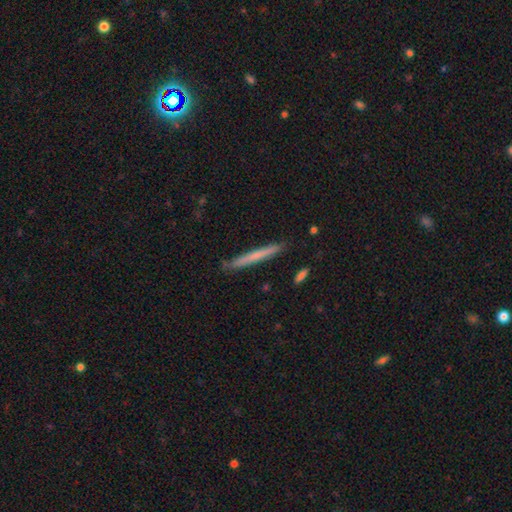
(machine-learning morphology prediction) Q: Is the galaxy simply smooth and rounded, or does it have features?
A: smooth — 61%.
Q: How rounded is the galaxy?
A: cigar-shaped — 97%.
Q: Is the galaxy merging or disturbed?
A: none — 88%.